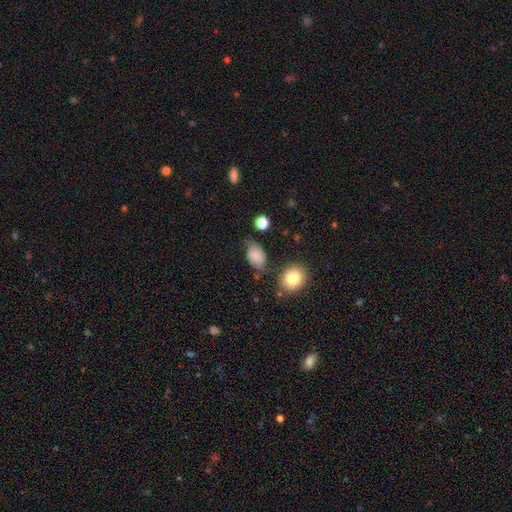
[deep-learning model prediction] The model was most divided on "merging": none: 55%, minor disturbance: 31%, major disturbance: 9%, merger: 5%. More confident: how rounded — in between (80%); smooth or featured — smooth (75%).